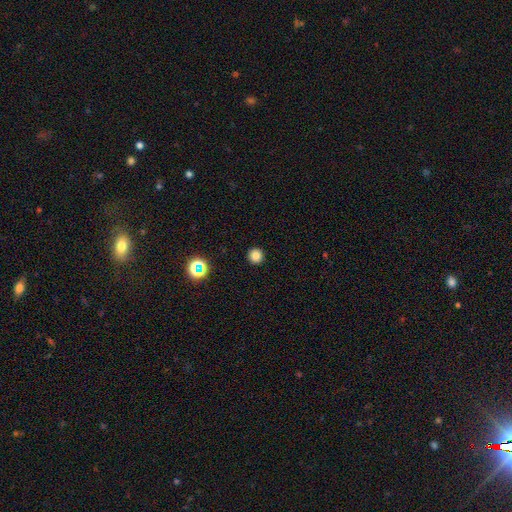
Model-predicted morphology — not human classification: type=smooth (81%); roundness=round (95%); merging=none (93%).